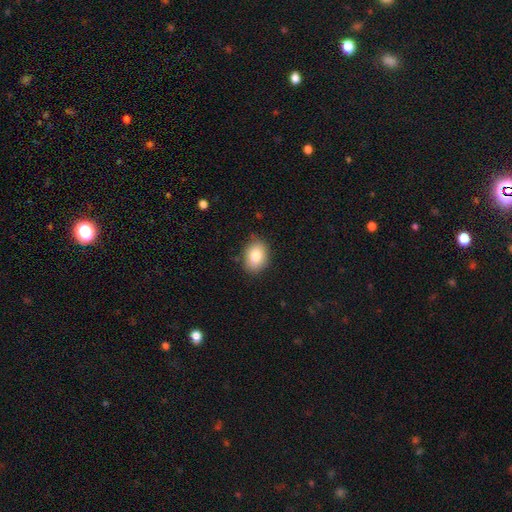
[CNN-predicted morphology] Overall: smooth (82%). How rounded: in between (68%; round 31%). Merging: none (83%).